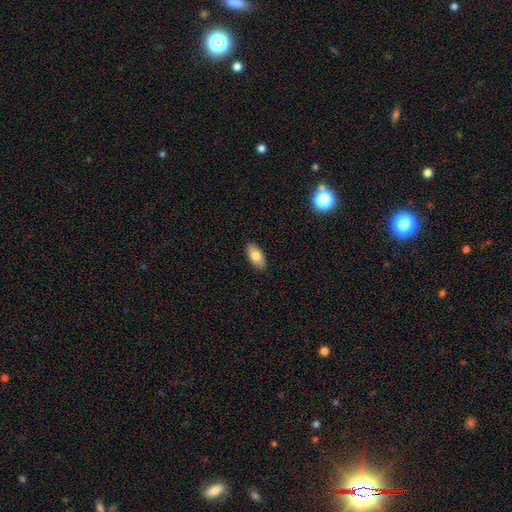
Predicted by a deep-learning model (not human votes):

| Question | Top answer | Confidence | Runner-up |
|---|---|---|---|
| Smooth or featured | smooth | 80% | featured or disk (13%) |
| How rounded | in between | 90% | cigar-shaped (7%) |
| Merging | none | 89% | minor disturbance (8%) |